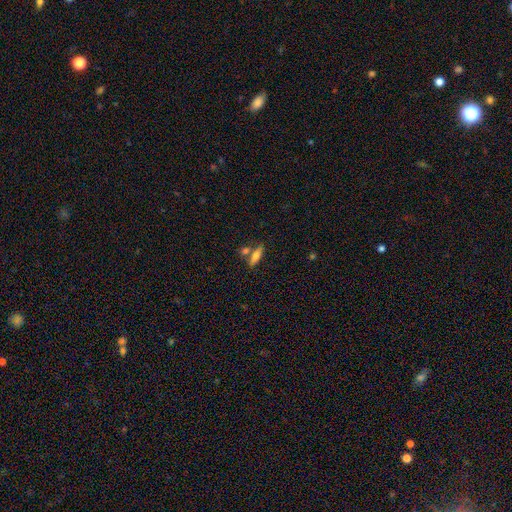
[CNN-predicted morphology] type=smooth (67%); roundness=cigar-shaped (49%); merging=none (61%).